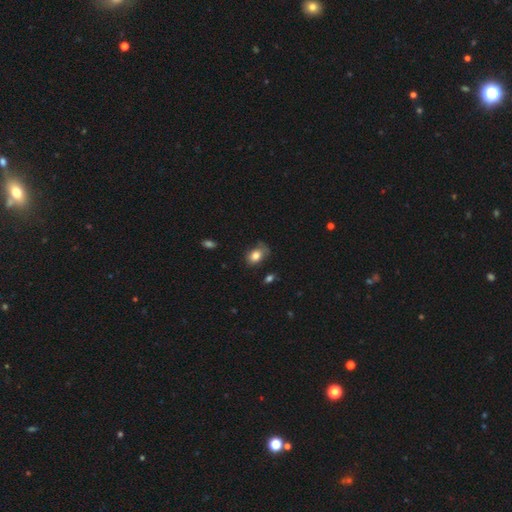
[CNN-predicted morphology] smooth-or-featured: smooth: 78% | featured or disk: 13% | star or artifact: 9%
  how-rounded: in between: 68% | round: 31% | cigar-shaped: 1%
  merging: none: 57% | minor disturbance: 30% | major disturbance: 10% | merger: 3%